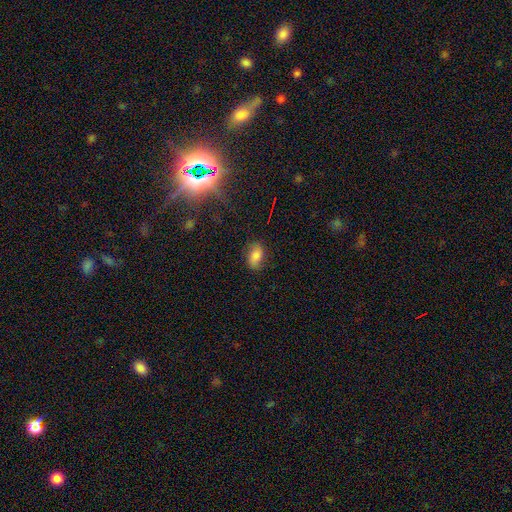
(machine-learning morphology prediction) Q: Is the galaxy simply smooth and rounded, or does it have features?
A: smooth — 72%.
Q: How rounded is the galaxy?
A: in between — 87%.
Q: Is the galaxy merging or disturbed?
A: none — 75%.